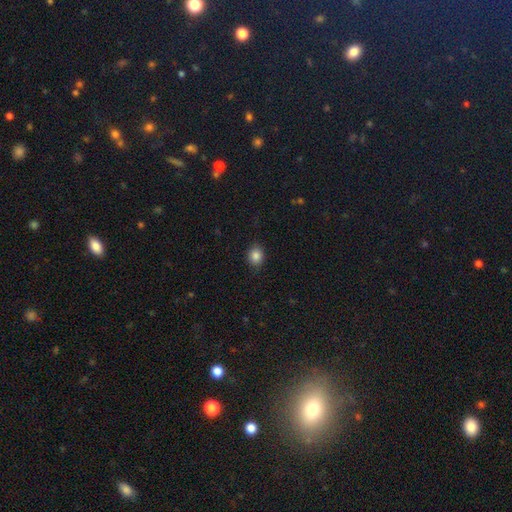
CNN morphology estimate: Smooth or featured? Predicted: smooth (p=0.85). How rounded? Predicted: round (p=0.60). Merging? Predicted: none (p=0.84).